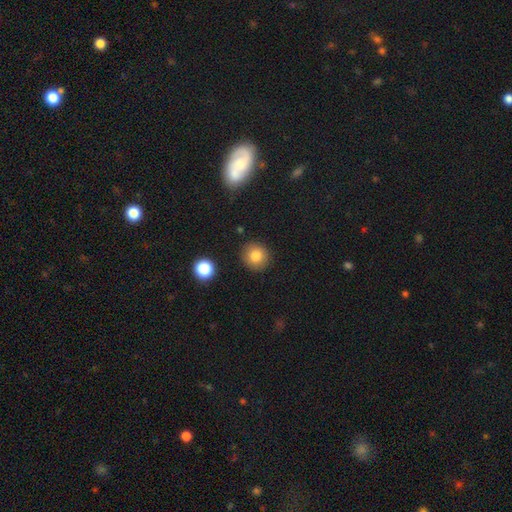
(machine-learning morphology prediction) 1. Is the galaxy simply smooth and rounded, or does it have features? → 82% smooth, 11% star or artifact, 8% featured or disk.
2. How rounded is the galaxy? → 91% round, 8% in between, 1% cigar-shaped.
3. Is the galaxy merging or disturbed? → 89% none, 7% minor disturbance, 2% major disturbance, 2% merger.